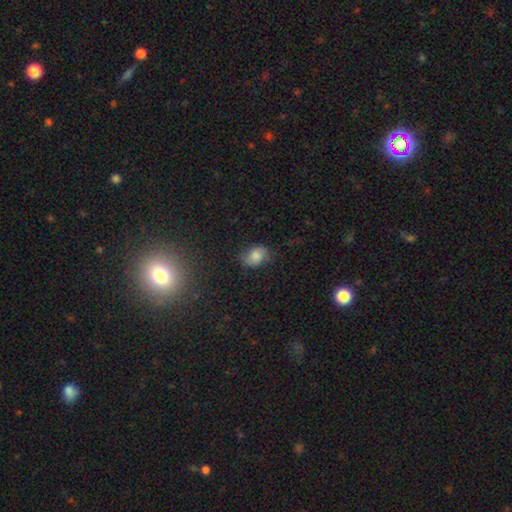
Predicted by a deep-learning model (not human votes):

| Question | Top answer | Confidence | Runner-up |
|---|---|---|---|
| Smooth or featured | smooth | 79% | featured or disk (11%) |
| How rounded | in between | 73% | round (26%) |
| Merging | none | 69% | minor disturbance (23%) |